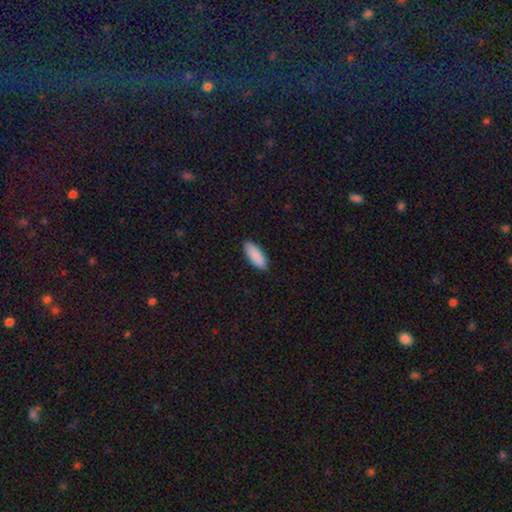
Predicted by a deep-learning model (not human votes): Overall: smooth (91%). How rounded: in between (78%). Merging: none (89%).